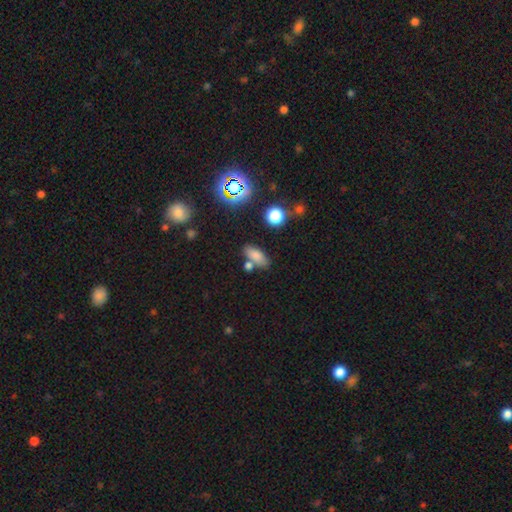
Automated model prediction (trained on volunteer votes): Smooth or featured? Predicted: smooth (p=0.75). How rounded? Predicted: in between (p=0.78). Merging? Predicted: none (p=0.65).